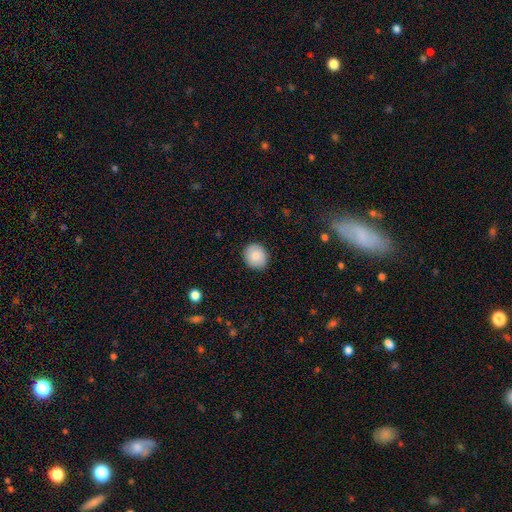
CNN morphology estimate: A smooth galaxy with no disk features (83%) that is round (78%).

Vote fractions:
- Smooth or featured? smooth: 83% / featured or disk: 10% / star or artifact: 7%
- How rounded? round: 78% / in between: 21% / cigar-shaped: 1%
- Merging? none: 89% / minor disturbance: 8% / major disturbance: 2% / merger: 1%